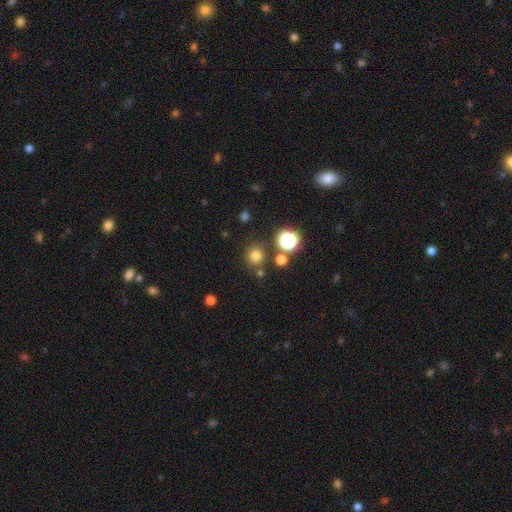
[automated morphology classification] smooth-or-featured: smooth: 75% | star or artifact: 19% | featured or disk: 6%
  how-rounded: round: 92% | in between: 7% | cigar-shaped: 1%
  merging: none: 81% | minor disturbance: 8% | merger: 7% | major disturbance: 3%